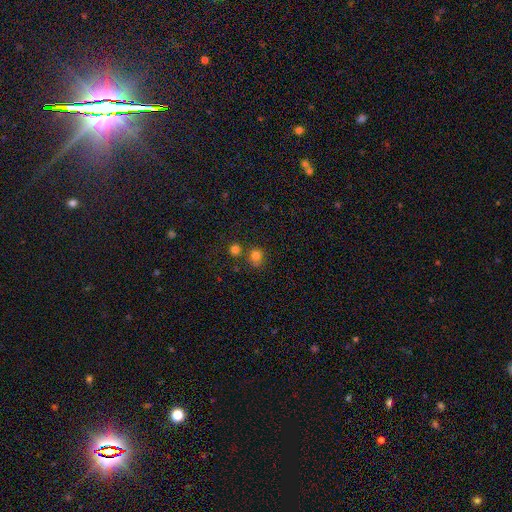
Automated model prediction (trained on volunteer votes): The model was most divided on "merging": none: 63%, merger: 20%, minor disturbance: 12%, major disturbance: 5%. More confident: how rounded — round (82%); smooth or featured — smooth (77%).